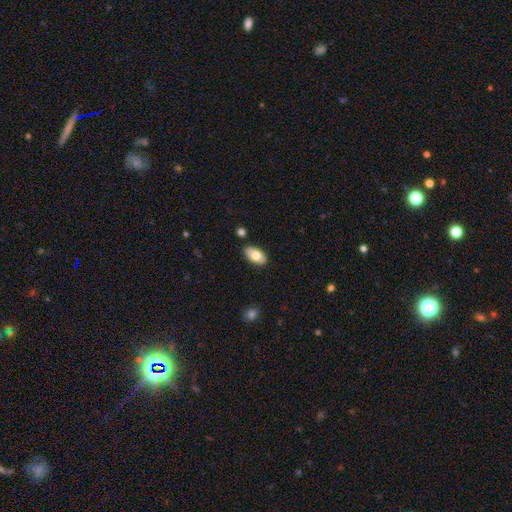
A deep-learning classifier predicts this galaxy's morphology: smooth_or_featured: smooth (p=0.73) [alt: featured or disk p=0.20]
how_rounded: in between (p=0.94) [alt: round p=0.04]
merging: none (p=0.84) [alt: minor disturbance p=0.11]